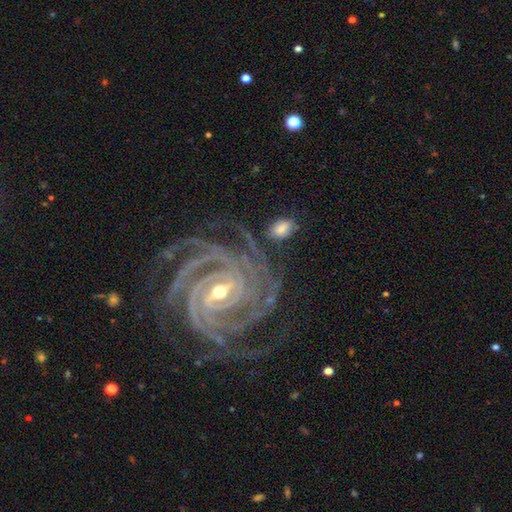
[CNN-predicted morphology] Smooth or featured? featured or disk (91%)
Edge-on disk? no (98%)
Bar? strong (38%)
Spiral arms? yes (99%)
Spiral winding? tight (82%)
Spiral arm count? 4 (33%)
Bulge size? small (61%)
Merging? none (80%)